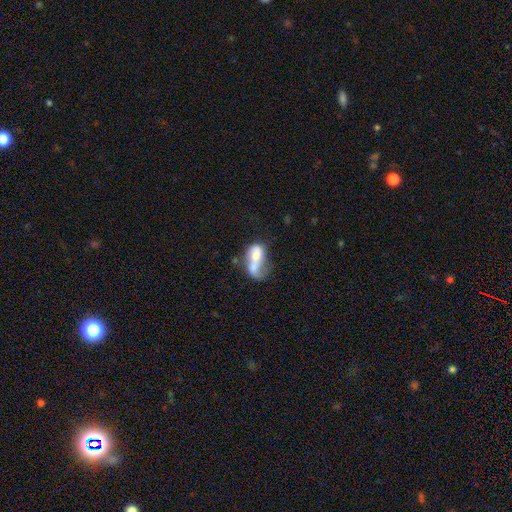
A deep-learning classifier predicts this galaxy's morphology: Q: Smooth or featured?
A: smooth (53%); runner-up: featured or disk (38%)
Q: How rounded?
A: in between (82%); runner-up: round (12%)
Q: Merging?
A: merger (59%); runner-up: major disturbance (16%)